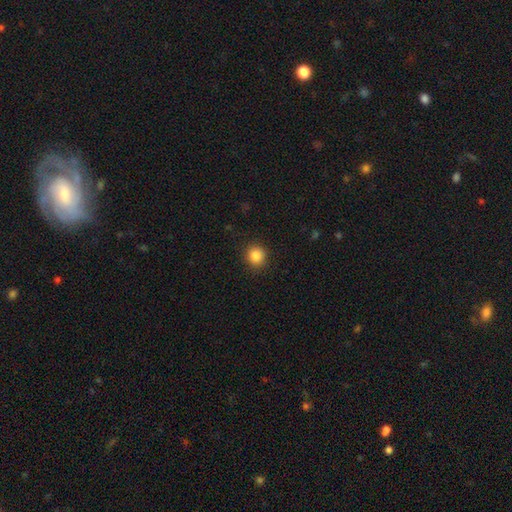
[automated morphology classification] A smooth galaxy with no disk features (86%) that is round (91%). Merging: none (90%).